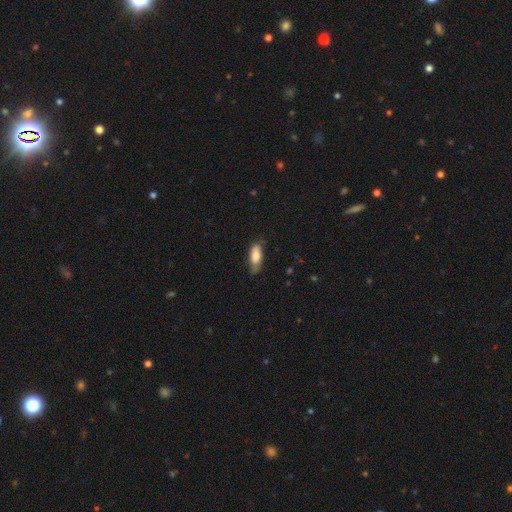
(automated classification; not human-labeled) smooth_or_featured: smooth (p=0.77) [alt: featured or disk p=0.17]
how_rounded: in between (p=0.74) [alt: cigar-shaped p=0.24]
merging: none (p=0.65) [alt: minor disturbance p=0.28]